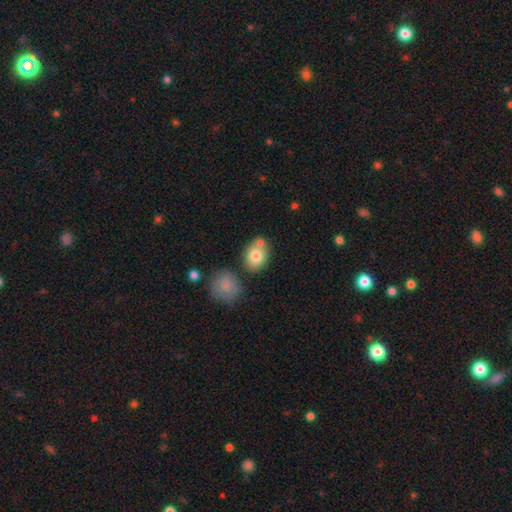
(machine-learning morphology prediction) A smooth galaxy with no disk features (78%) that is in between round and cigar-shaped (65%).

Vote fractions:
- Smooth or featured? smooth: 78% / featured or disk: 14% / star or artifact: 8%
- How rounded? in between: 65% / round: 33% / cigar-shaped: 1%
- Merging? none: 64% / merger: 18% / minor disturbance: 14% / major disturbance: 4%